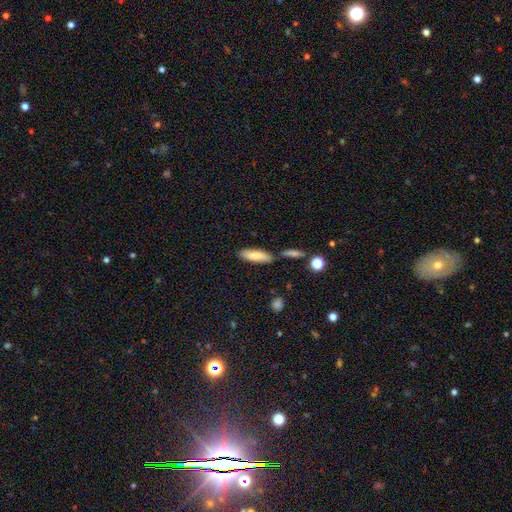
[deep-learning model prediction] Smooth or featured? Predicted: smooth (p=0.81). How rounded? Predicted: in between (p=0.51). Merging? Predicted: none (p=0.72).